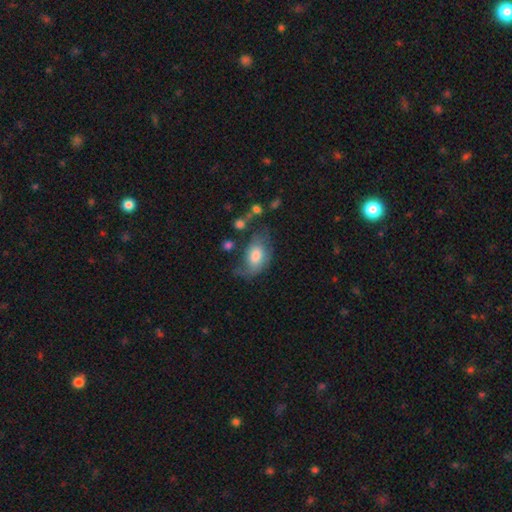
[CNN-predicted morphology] Overall: smooth (66%; featured or disk 27%). How rounded: in between (89%). Merging: none (38%; minor disturbance 32%).